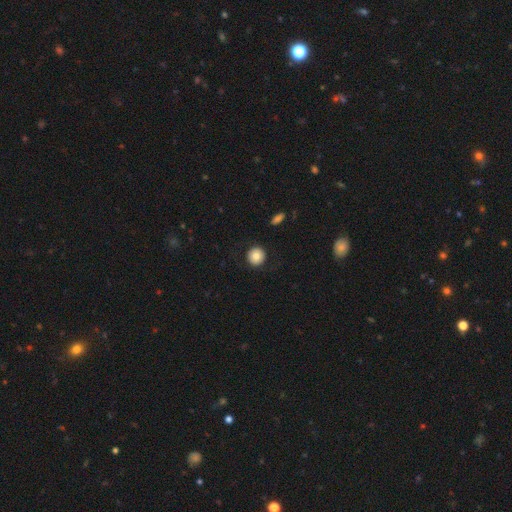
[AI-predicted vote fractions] Smooth or featured?
  - smooth: 80% *
  - featured or disk: 11%
  - star or artifact: 8%
How rounded?
  - round: 94% *
  - in between: 5%
  - cigar-shaped: 1%
Merging?
  - none: 89% *
  - minor disturbance: 7%
  - major disturbance: 3%
  - merger: 1%